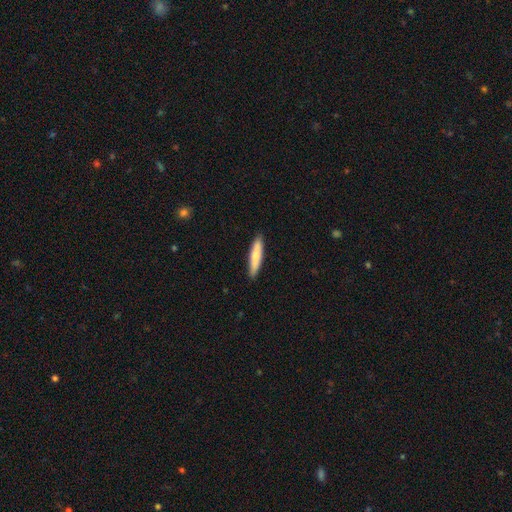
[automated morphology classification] The model was most divided on "smooth or featured": smooth: 78%, featured or disk: 17%, star or artifact: 5%. More confident: merging — none (90%); how rounded — cigar-shaped (85%).